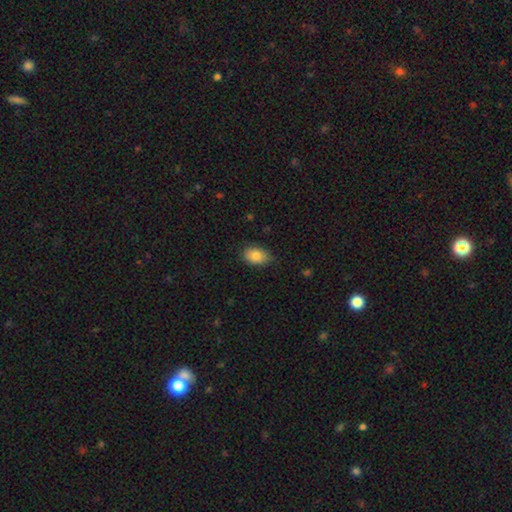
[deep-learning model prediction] smooth-or-featured: smooth: 84% | featured or disk: 9% | star or artifact: 8%
  how-rounded: in between: 86% | round: 13% | cigar-shaped: 1%
  merging: none: 79% | minor disturbance: 17% | major disturbance: 3% | merger: 1%